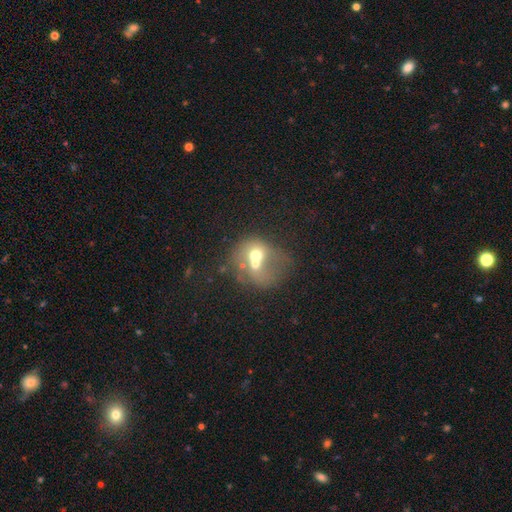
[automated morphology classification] A smooth galaxy with no disk features (50%). Merging: merger (68%).